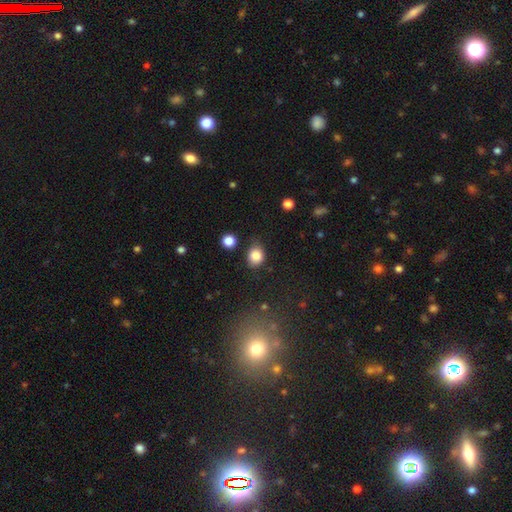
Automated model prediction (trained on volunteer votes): smooth-or-featured: smooth: 85% | star or artifact: 9% | featured or disk: 5%
  how-rounded: round: 51% | in between: 48% | cigar-shaped: 1%
  merging: none: 67% | minor disturbance: 24% | major disturbance: 5% | merger: 4%